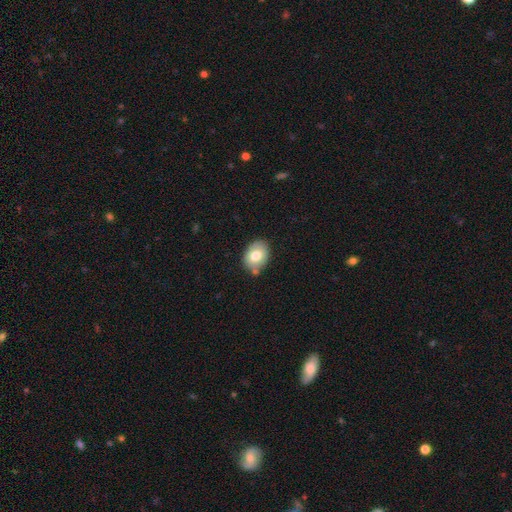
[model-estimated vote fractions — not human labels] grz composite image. It shows a smooth galaxy with no disk features (75%) that is in between round and cigar-shaped (71%). Merging: none (73%).